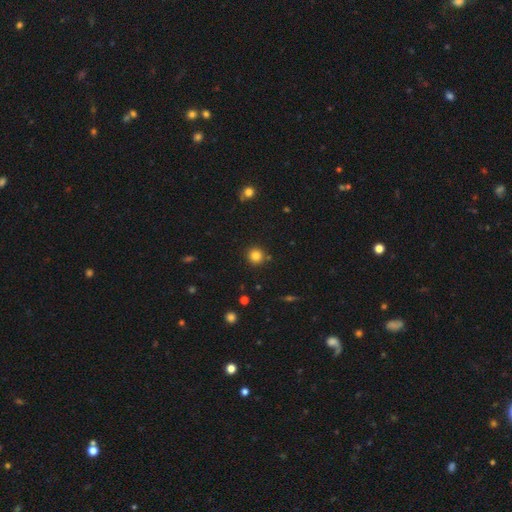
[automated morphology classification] Overall: smooth (83%). How rounded: round (93%). Merging: none (87%).